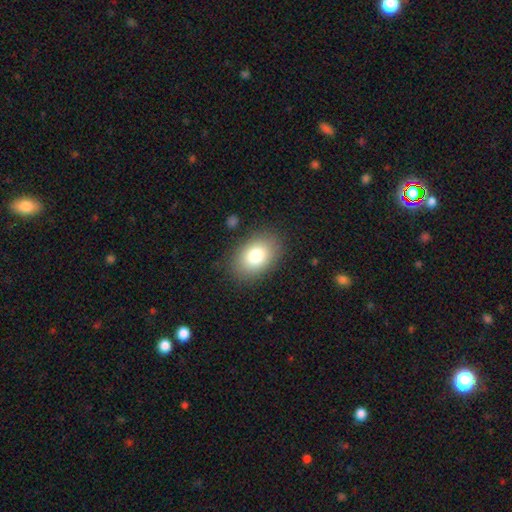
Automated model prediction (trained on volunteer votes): Smooth or featured? smooth (81%)
How rounded? in between (81%)
Merging? none (86%)